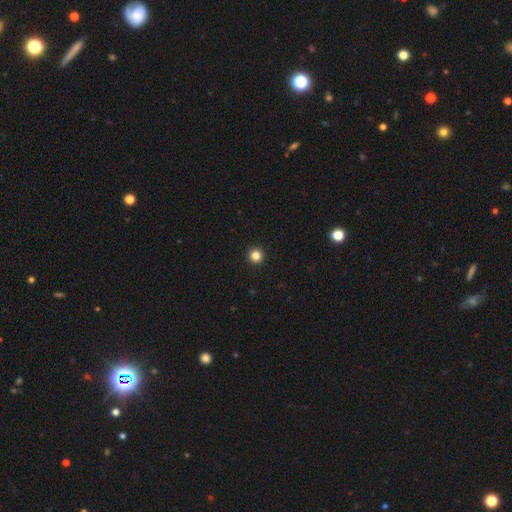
Q: Smooth or featured?
A: smooth (87%); runner-up: star or artifact (10%)
Q: How rounded?
A: round (94%); runner-up: in between (6%)
Q: Merging?
A: none (94%); runner-up: minor disturbance (3%)